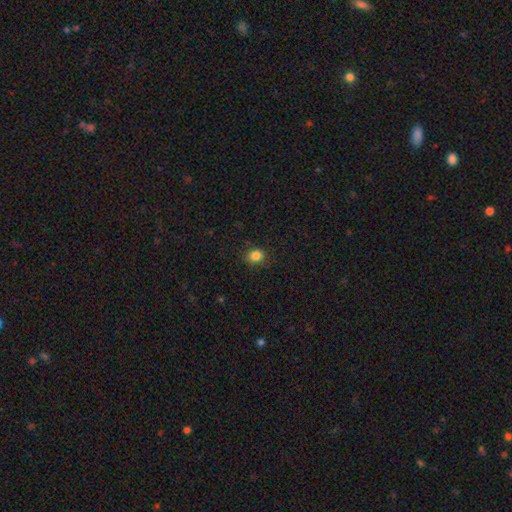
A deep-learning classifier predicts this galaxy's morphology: Overall: smooth (84%). How rounded: round (66%; in between 33%). Merging: none (87%).